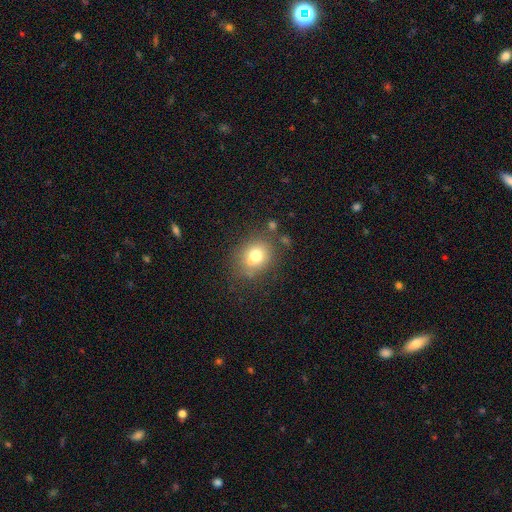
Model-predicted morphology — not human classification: smooth_or_featured: smooth (p=0.73) [alt: featured or disk p=0.16]
how_rounded: round (p=0.68) [alt: in between p=0.31]
merging: none (p=0.63) [alt: minor disturbance p=0.17]